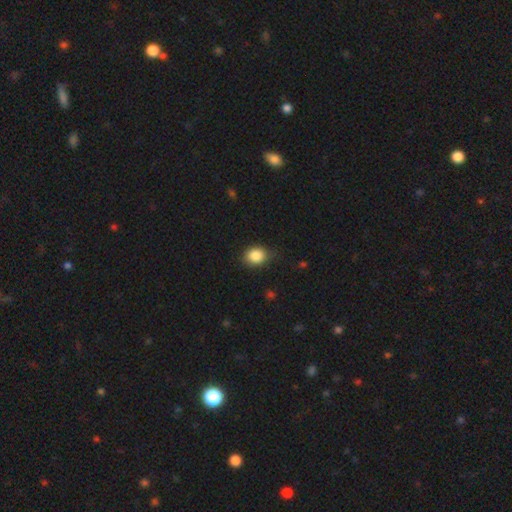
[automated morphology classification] The model was most divided on "how rounded": round: 59%, in between: 40%, cigar-shaped: 1%. More confident: smooth or featured — smooth (86%); merging — none (73%).